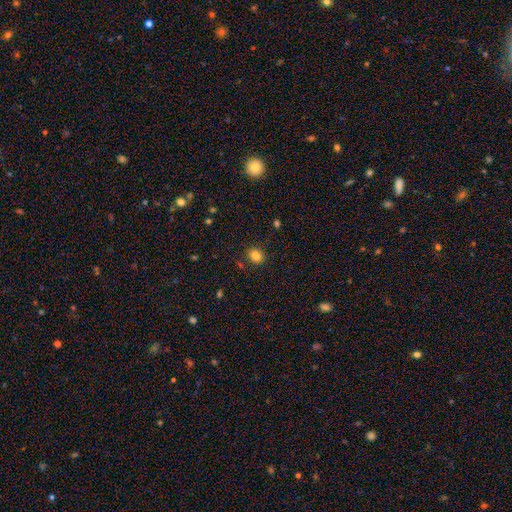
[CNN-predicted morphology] smooth_or_featured: smooth (p=0.82) [alt: star or artifact p=0.12]
how_rounded: round (p=0.60) [alt: in between p=0.39]
merging: none (p=0.86) [alt: minor disturbance p=0.09]